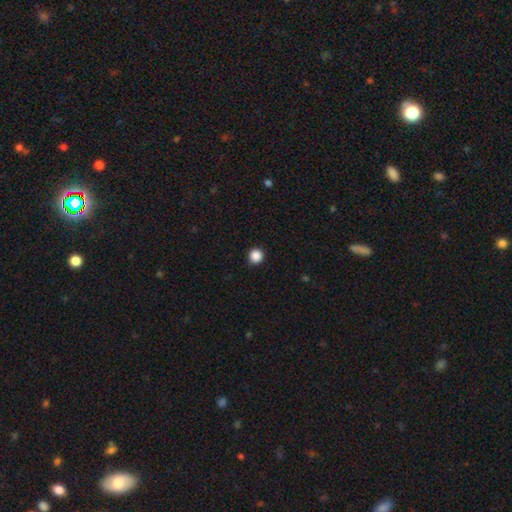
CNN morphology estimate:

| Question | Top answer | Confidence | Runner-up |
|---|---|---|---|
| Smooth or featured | smooth | 87% | star or artifact (10%) |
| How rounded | round | 94% | in between (5%) |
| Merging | none | 93% | minor disturbance (5%) |